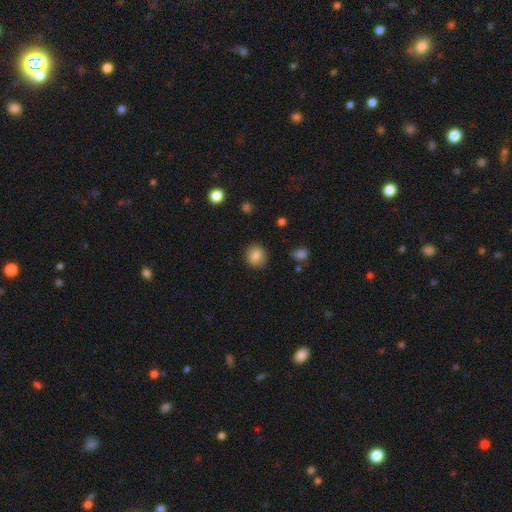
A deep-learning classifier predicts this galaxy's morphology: A smooth galaxy with no disk features (84%) that is round (81%).

Vote fractions:
- Smooth or featured? smooth: 84% / star or artifact: 9% / featured or disk: 7%
- How rounded? round: 81% / in between: 18% / cigar-shaped: 1%
- Merging? none: 88% / minor disturbance: 8% / major disturbance: 3% / merger: 1%